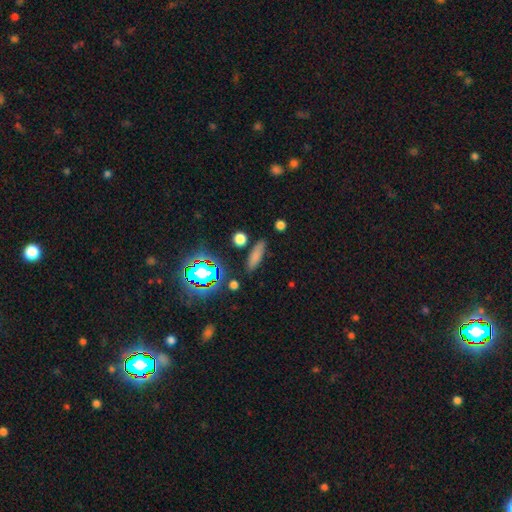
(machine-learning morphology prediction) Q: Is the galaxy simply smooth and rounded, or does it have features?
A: smooth — 73%.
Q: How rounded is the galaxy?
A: cigar-shaped — 62%.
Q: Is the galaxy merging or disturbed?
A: none — 82%.